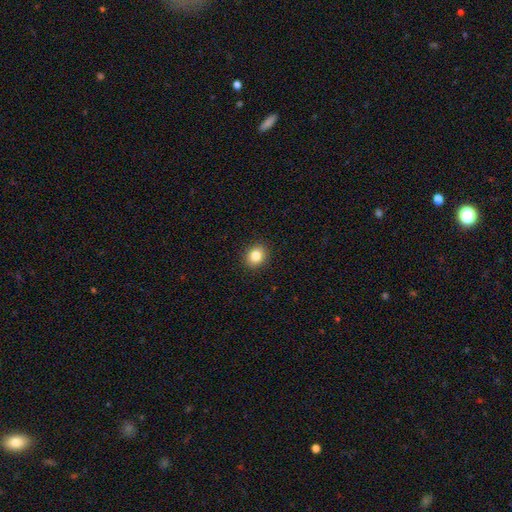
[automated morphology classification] Q: Smooth or featured?
A: smooth (84%); runner-up: star or artifact (10%)
Q: How rounded?
A: round (69%); runner-up: in between (30%)
Q: Merging?
A: none (91%); runner-up: minor disturbance (6%)